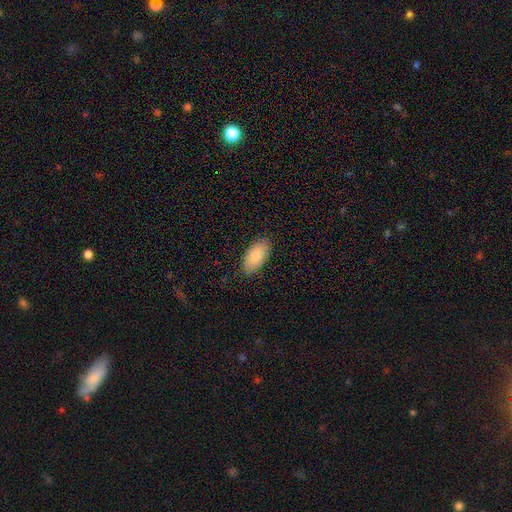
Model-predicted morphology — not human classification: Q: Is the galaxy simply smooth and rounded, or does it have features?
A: smooth — 81%.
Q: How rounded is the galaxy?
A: in between — 94%.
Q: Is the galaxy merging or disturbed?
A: none — 86%.